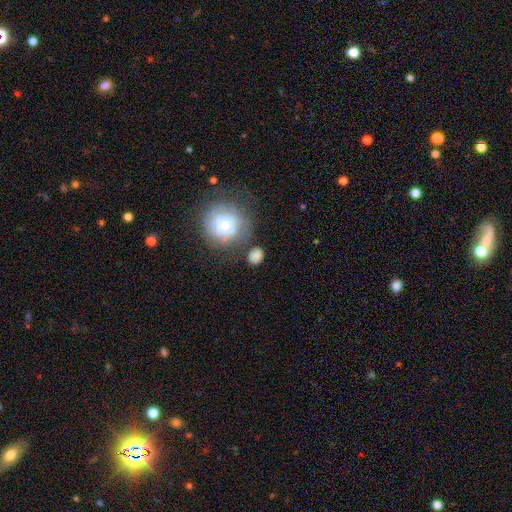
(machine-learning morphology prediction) A smooth galaxy with no disk features (75%) that is round (62%).

Vote fractions:
- Smooth or featured? smooth: 75% / featured or disk: 15% / star or artifact: 10%
- How rounded? round: 62% / in between: 36% / cigar-shaped: 2%
- Merging? none: 63% / minor disturbance: 19% / merger: 10% / major disturbance: 9%